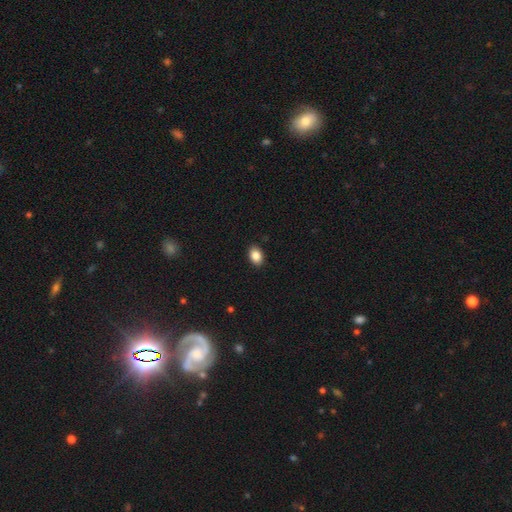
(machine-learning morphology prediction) A smooth galaxy with no disk features (87%) that is in between round and cigar-shaped (82%).

Vote fractions:
- Smooth or featured? smooth: 87% / star or artifact: 8% / featured or disk: 5%
- How rounded? in between: 82% / round: 17% / cigar-shaped: 1%
- Merging? none: 90% / minor disturbance: 7% / major disturbance: 2% / merger: 1%